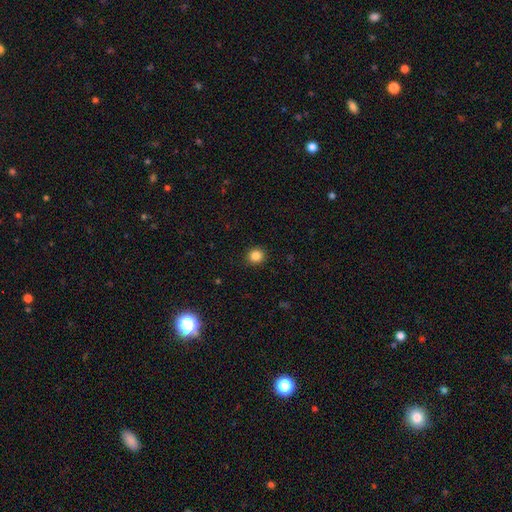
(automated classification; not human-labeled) smooth 85%, star or artifact 11%, featured or disk 4%. Down the decision tree: how rounded — round (88%); merging — none (91%).